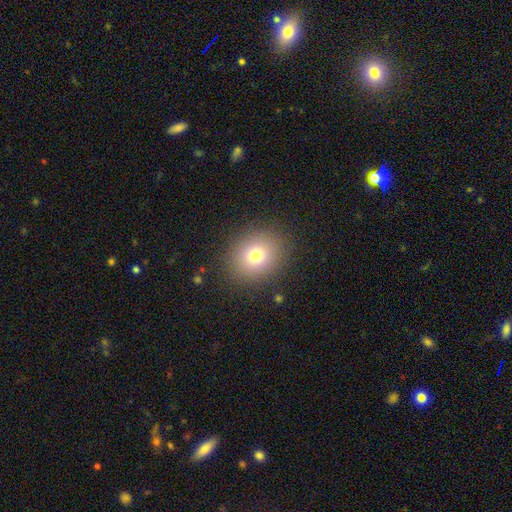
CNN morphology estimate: Smooth or featured: smooth — 75% (star or artifact — 14%)
How rounded: round — 68% (in between — 31%)
Merging: none — 87% (minor disturbance — 8%)